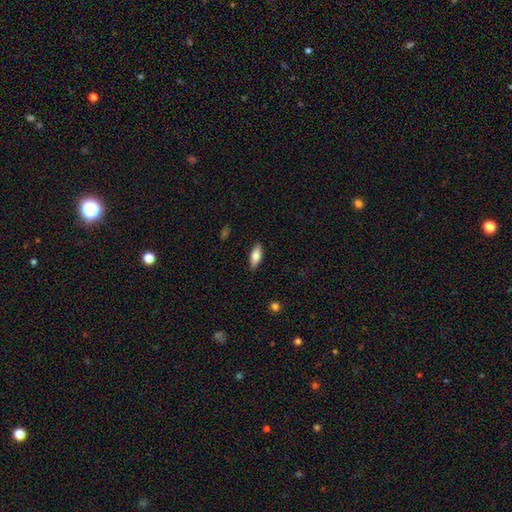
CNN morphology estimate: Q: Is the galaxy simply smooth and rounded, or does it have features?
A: smooth — 77%.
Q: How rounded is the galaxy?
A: in between — 78%.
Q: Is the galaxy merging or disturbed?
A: none — 87%.